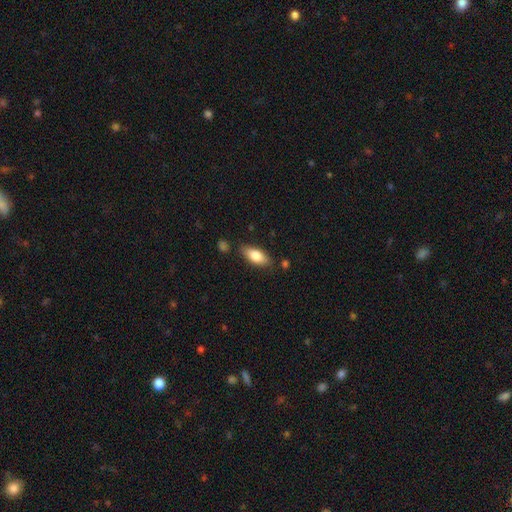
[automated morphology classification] Smooth or featured? Predicted: smooth (p=0.77). How rounded? Predicted: in between (p=0.81). Merging? Predicted: none (p=0.80).